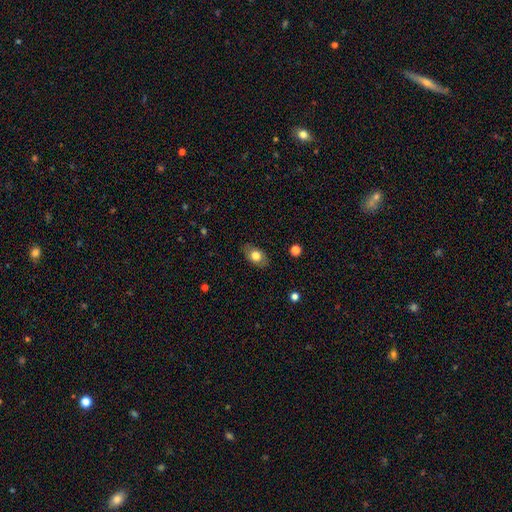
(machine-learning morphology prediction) Smooth or featured? smooth (77%)
How rounded? in between (83%)
Merging? none (84%)